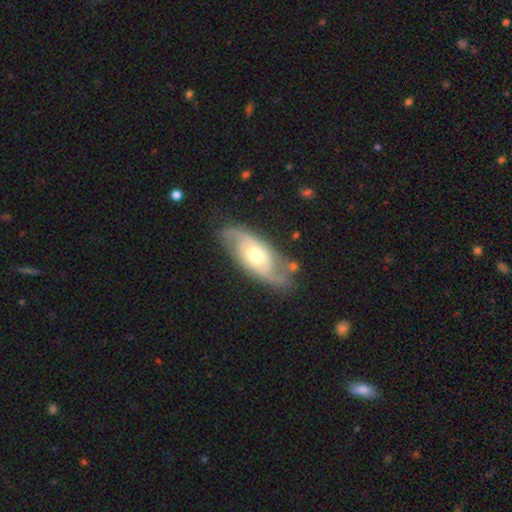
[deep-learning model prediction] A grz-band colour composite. It shows a featured or disk galaxy (80%) with no bar (63%), 2 (84%) medium (45%) spiral arms (91%) and a moderate central bulge (68%). Merging: none (77%).